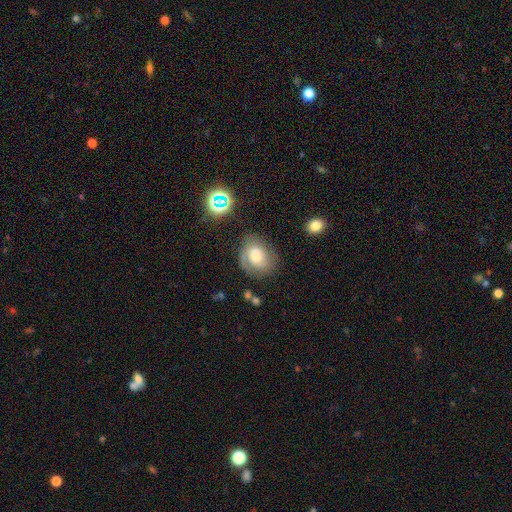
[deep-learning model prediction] smooth-or-featured: featured or disk: 46% | smooth: 42% | star or artifact: 12%
  merging: none: 67% | minor disturbance: 20% | major disturbance: 10% | merger: 3%